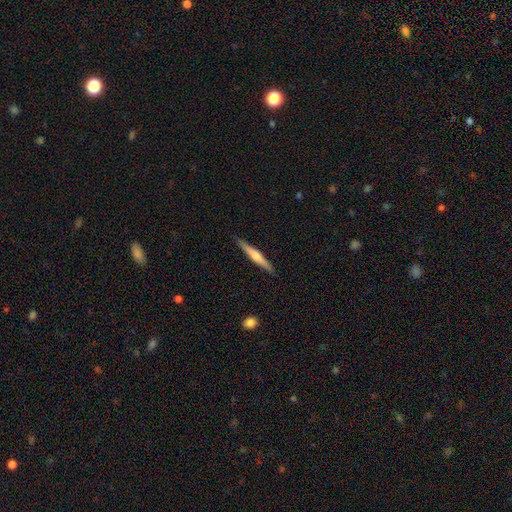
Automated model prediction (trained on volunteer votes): smooth_or_featured: featured or disk (p=0.59) [alt: smooth p=0.35]
disk_edge_on: yes (p=0.98) [alt: no p=0.02]
edge_on_bulge: rounded (p=0.78) [alt: none p=0.13]
merging: none (p=0.89) [alt: minor disturbance p=0.08]